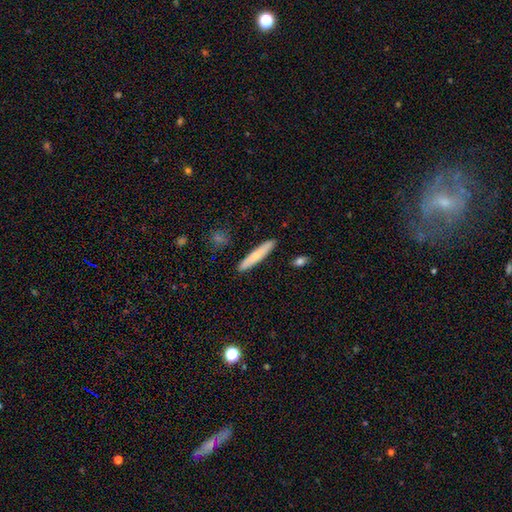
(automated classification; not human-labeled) This appears to be a smooth galaxy with no disk features (65%) that is cigar-shaped (91%). Merging: none (90%).